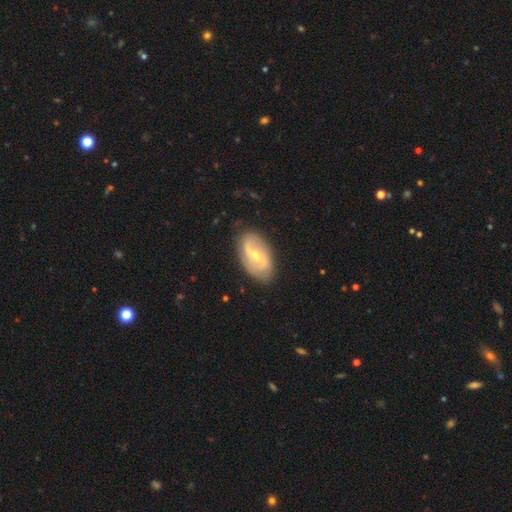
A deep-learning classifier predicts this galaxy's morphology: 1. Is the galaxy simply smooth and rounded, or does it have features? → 75% featured or disk, 20% smooth, 5% star or artifact.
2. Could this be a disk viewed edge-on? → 95% no, 5% yes.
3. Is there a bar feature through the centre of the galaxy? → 47% weak, 32% strong, 20% no.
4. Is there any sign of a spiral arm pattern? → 82% yes, 18% no.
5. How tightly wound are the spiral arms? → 48% loose, 34% medium, 18% tight.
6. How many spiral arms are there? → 83% 2, 10% can't tell, 3% 1, 2% 3, 1% 4, 1% more than 4.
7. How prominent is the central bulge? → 51% small, 45% moderate, 2% large, 1% none, 1% dominant.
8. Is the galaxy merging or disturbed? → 82% none, 13% minor disturbance, 4% major disturbance, 1% merger.